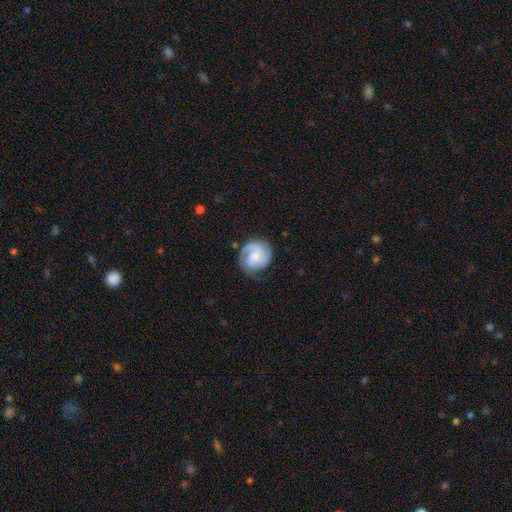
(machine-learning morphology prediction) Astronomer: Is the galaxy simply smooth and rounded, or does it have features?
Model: featured or disk — 75%.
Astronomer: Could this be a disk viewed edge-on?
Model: no — 98%.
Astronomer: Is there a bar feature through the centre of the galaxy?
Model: no — 58% (runner-up: weak, 36%).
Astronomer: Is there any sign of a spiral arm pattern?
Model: yes — 96%.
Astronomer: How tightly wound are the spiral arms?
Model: tight — 45% (runner-up: medium, 42%).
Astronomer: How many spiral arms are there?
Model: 2 — 51%.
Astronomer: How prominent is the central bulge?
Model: small — 44% (runner-up: moderate, 33%).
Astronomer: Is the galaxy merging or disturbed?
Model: none — 70%.